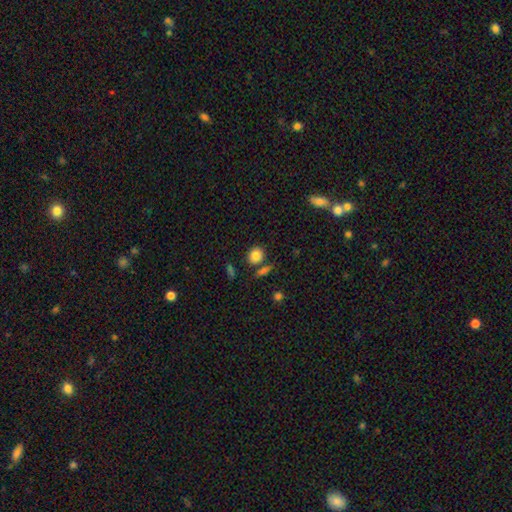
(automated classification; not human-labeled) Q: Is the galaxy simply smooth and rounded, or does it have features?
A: smooth — 84%.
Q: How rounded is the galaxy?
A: round — 62%.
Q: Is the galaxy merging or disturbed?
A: none — 74%.